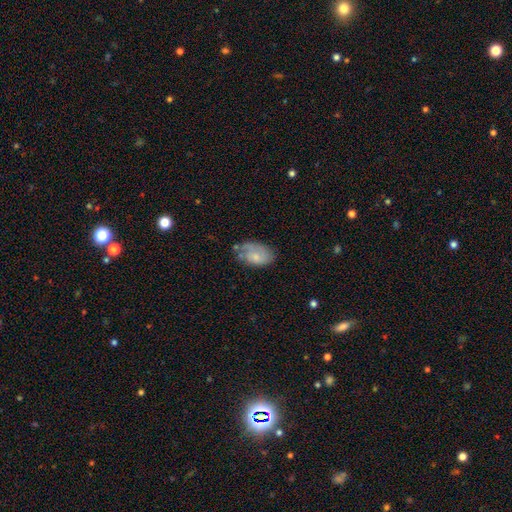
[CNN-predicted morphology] Smooth or featured? smooth (62%)
How rounded? in between (90%)
Merging? none (48%)